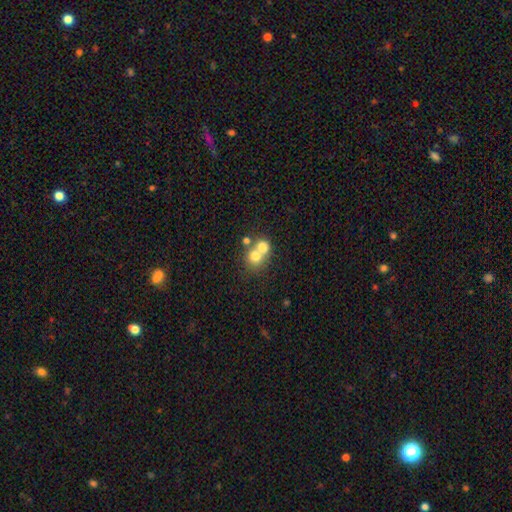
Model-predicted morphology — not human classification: smooth_or_featured: smooth (p=0.71) [alt: featured or disk p=0.18]
how_rounded: round (p=0.79) [alt: in between p=0.20]
merging: merger (p=0.60) [alt: none p=0.32]